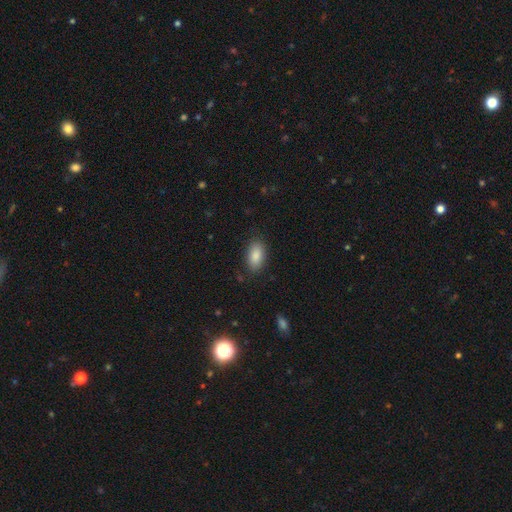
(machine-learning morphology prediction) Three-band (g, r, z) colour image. It shows a smooth galaxy with no disk features (87%) that is in between round and cigar-shaped (92%). Merging: none (84%).